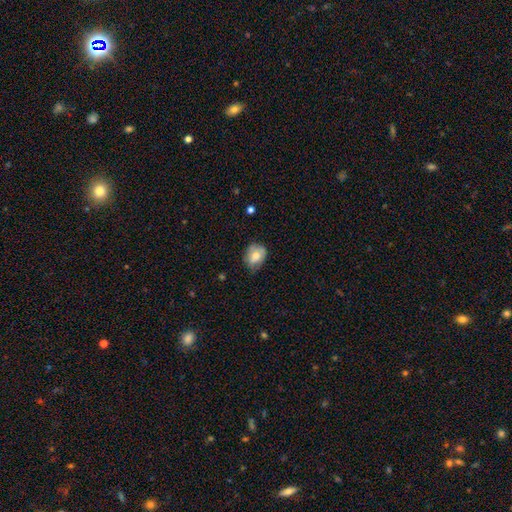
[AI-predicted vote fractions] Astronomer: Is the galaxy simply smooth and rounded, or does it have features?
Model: smooth — 70%.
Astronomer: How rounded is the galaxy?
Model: in between — 57% (runner-up: round, 42%).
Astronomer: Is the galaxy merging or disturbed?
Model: none — 54% (runner-up: minor disturbance, 34%).